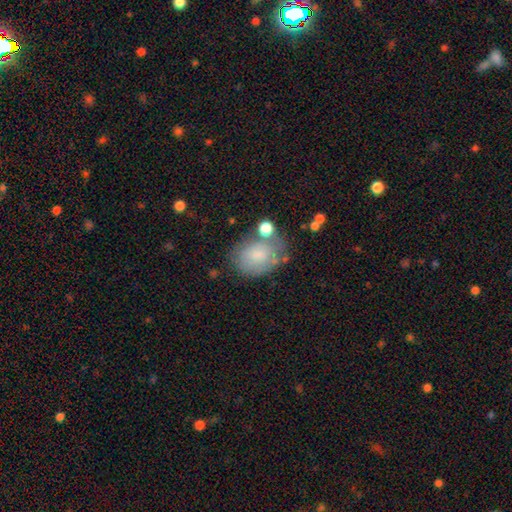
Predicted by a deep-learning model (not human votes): Smooth or featured?
  - smooth: 69% *
  - featured or disk: 22%
  - star or artifact: 9%
How rounded?
  - in between: 67% *
  - round: 32%
  - cigar-shaped: 1%
Merging?
  - none: 53% *
  - minor disturbance: 25%
  - major disturbance: 12%
  - merger: 11%